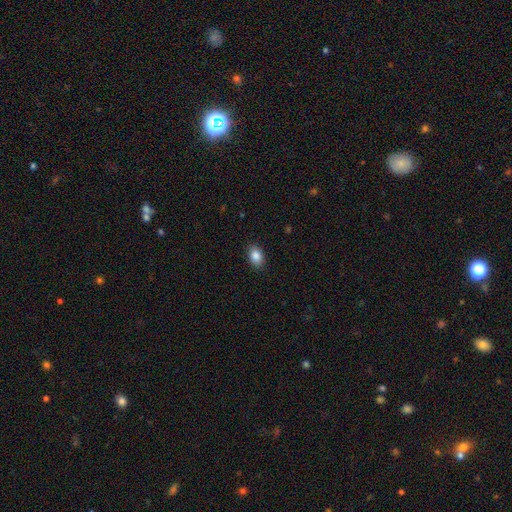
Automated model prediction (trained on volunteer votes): This appears to be a smooth galaxy with no disk features (87%) that is in between round and cigar-shaped (83%). Merging: none (88%).